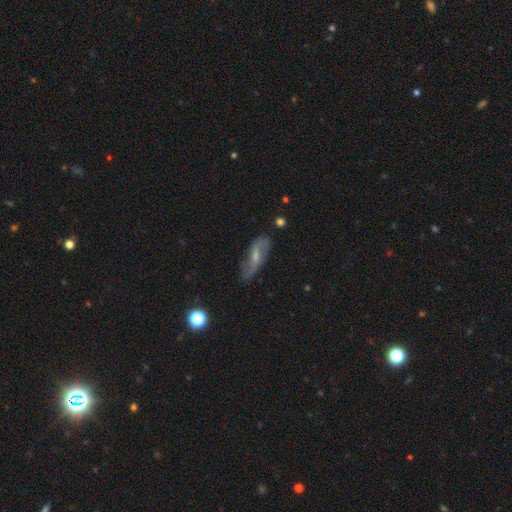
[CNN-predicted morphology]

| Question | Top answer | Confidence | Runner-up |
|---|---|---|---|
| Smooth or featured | featured or disk | 67% | smooth (23%) |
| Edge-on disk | no | 83% | yes (17%) |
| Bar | weak | 48% | no (33%) |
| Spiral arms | yes | 87% | no (13%) |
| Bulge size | small | 47% | moderate (43%) |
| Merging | none | 76% | minor disturbance (17%) |